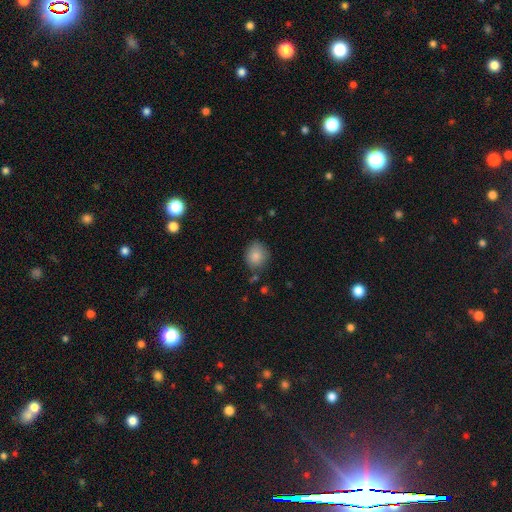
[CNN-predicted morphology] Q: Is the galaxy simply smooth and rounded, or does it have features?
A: smooth — 85%.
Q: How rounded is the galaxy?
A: round — 70%.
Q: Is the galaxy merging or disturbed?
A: none — 76%.